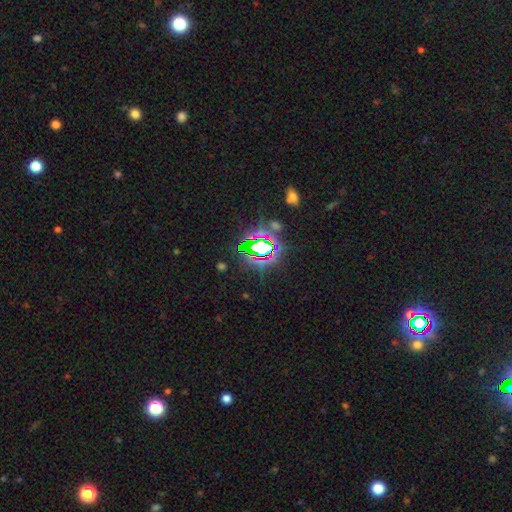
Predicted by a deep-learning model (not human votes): A star or artifact, not a galaxy (75%).

Vote fractions:
- Smooth or featured? star or artifact: 75% / smooth: 14% / featured or disk: 11%